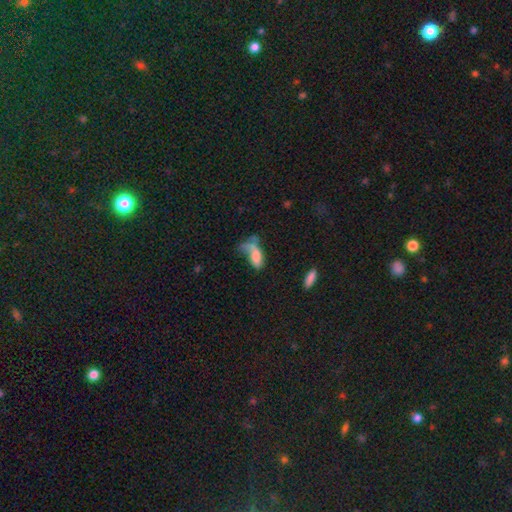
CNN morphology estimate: The model was most divided on "merging": major disturbance: 40%, none: 23%, merger: 19%, minor disturbance: 18%. More confident: how rounded — in between (81%); smooth or featured — smooth (67%).